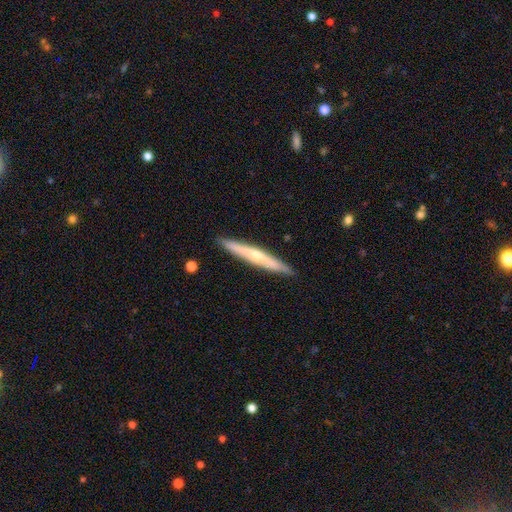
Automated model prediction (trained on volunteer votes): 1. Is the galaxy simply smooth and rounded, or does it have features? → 58% featured or disk, 36% smooth, 5% star or artifact.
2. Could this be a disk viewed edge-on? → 96% yes, 4% no.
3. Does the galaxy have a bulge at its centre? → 69% rounded, 27% none, 4% boxy.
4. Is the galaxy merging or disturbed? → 91% none, 7% minor disturbance, 1% major disturbance, 1% merger.